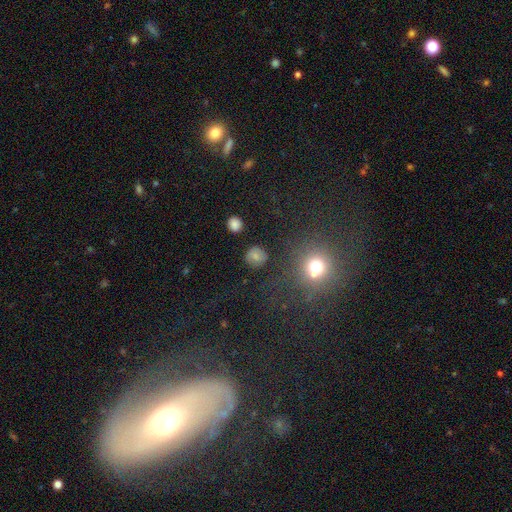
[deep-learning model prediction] A smooth galaxy with no disk features (73%) that is round (83%).

Vote fractions:
- Smooth or featured? smooth: 73% / star or artifact: 15% / featured or disk: 12%
- How rounded? round: 83% / in between: 16% / cigar-shaped: 1%
- Merging? none: 83% / minor disturbance: 10% / major disturbance: 4% / merger: 2%